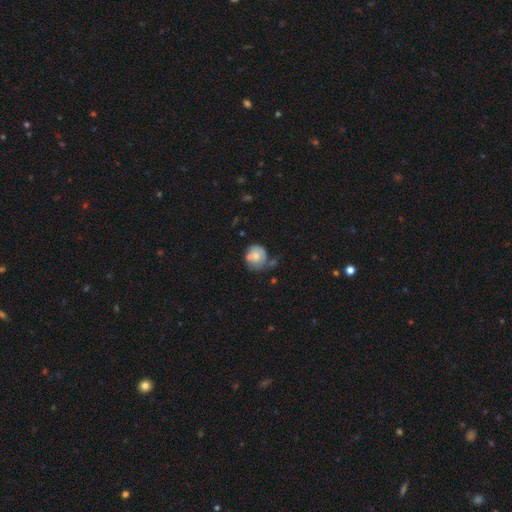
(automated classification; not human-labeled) Smooth or featured? smooth (61%)
How rounded? round (82%)
Merging? none (45%)